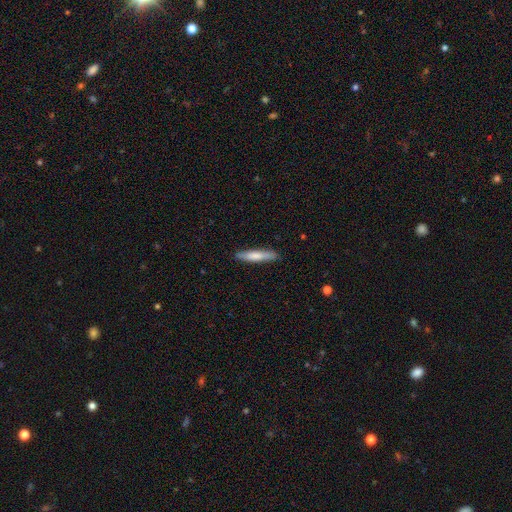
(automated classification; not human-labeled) smooth_or_featured: smooth (p=0.73) [alt: featured or disk p=0.21]
how_rounded: cigar-shaped (p=0.89) [alt: in between p=0.10]
merging: none (p=0.89) [alt: minor disturbance p=0.08]